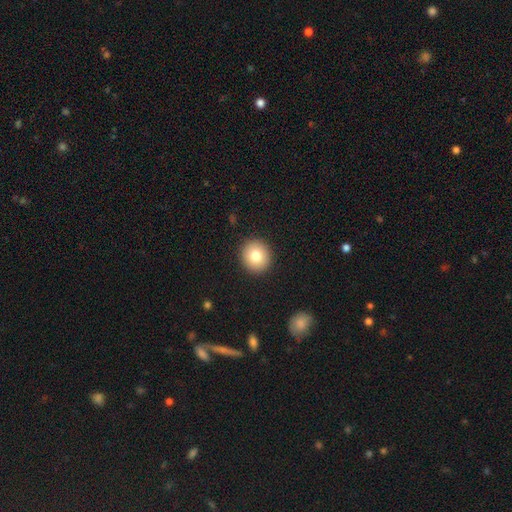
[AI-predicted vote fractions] This appears to be a smooth galaxy with no disk features (79%) that is round (90%). Merging: none (92%).